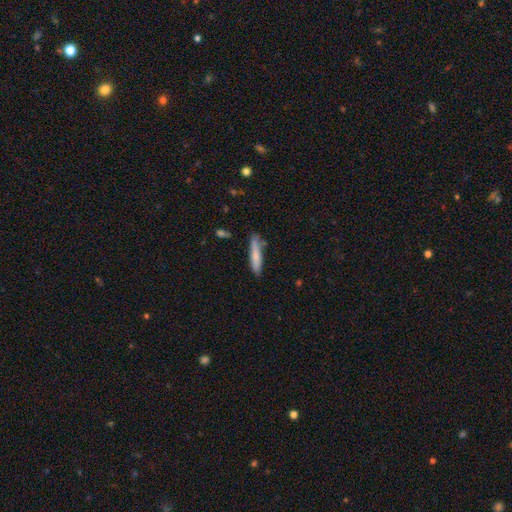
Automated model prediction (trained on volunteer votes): The model was most divided on "merging": none: 75%, minor disturbance: 18%, merger: 4%, major disturbance: 3%. More confident: how rounded — cigar-shaped (86%); smooth or featured — smooth (78%).